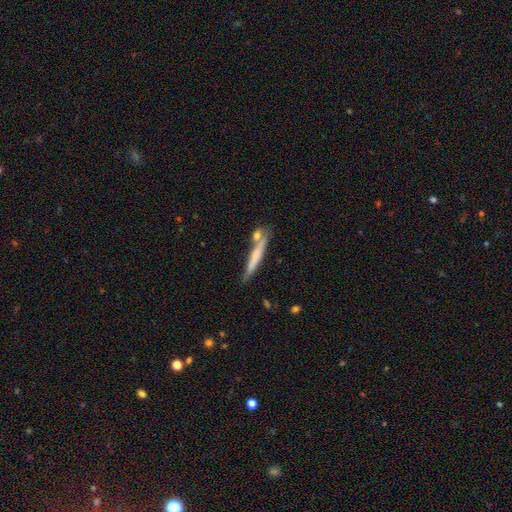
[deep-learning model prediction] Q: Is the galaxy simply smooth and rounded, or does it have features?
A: smooth — 55%.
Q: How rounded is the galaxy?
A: cigar-shaped — 95%.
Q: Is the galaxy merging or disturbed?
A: none — 69%.